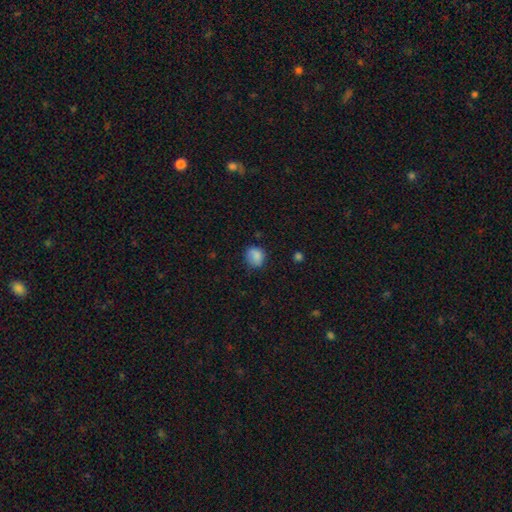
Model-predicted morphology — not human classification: A smooth galaxy with no disk features (84%) that is round (70%). Merging: none (70%).